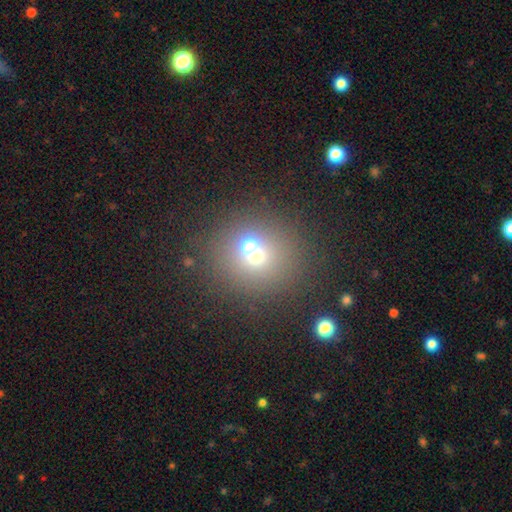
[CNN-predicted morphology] smooth_or_featured: smooth (p=0.57) [alt: star or artifact p=0.22]
how_rounded: round (p=0.84) [alt: in between p=0.15]
merging: none (p=0.50) [alt: merger p=0.39]